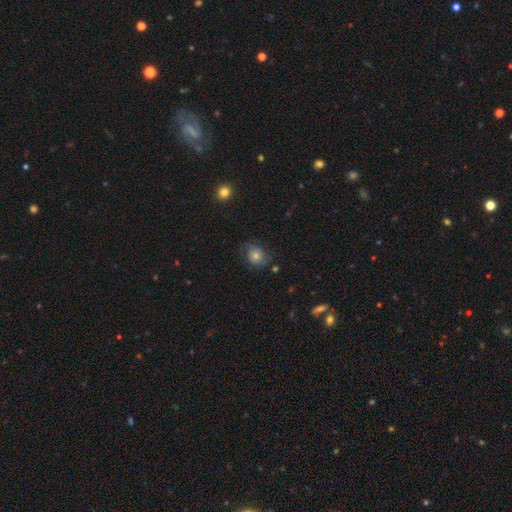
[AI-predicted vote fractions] This is marginally a featured or disk galaxy (44%). Merging: likely none (68%).